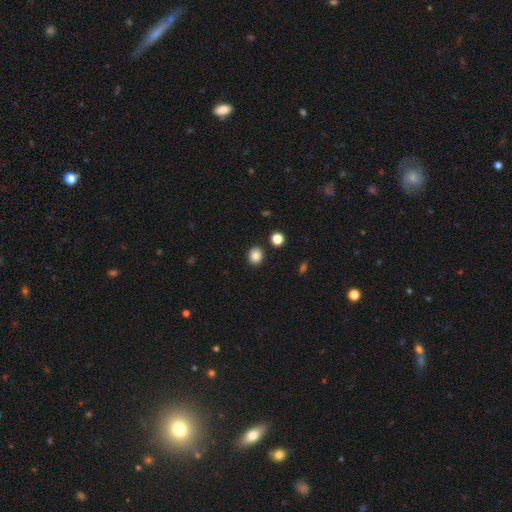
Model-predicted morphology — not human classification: The model was most divided on "how rounded": round: 71%, in between: 28%, cigar-shaped: 1%. More confident: merging — none (89%); smooth or featured — smooth (85%).